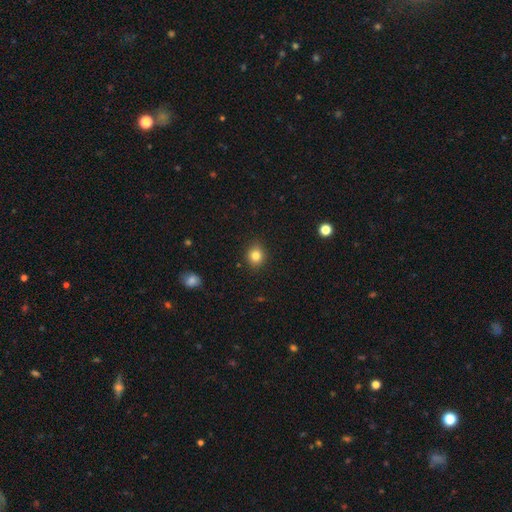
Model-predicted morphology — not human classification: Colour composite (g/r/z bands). It shows a smooth galaxy with no disk features (83%) that is round (76%). Merging: none (90%).